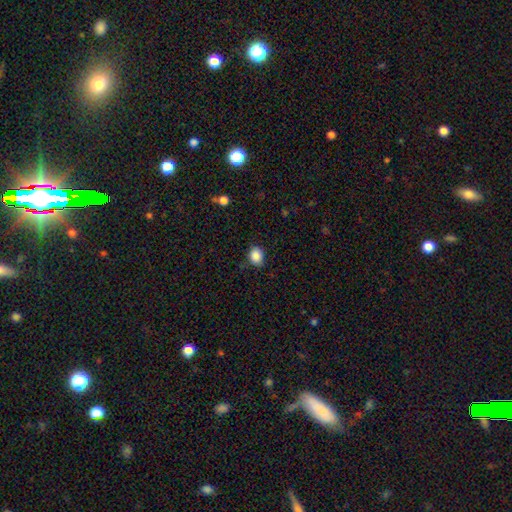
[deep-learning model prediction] Smooth or featured? smooth (87%)
How rounded? round (51%)
Merging? none (78%)